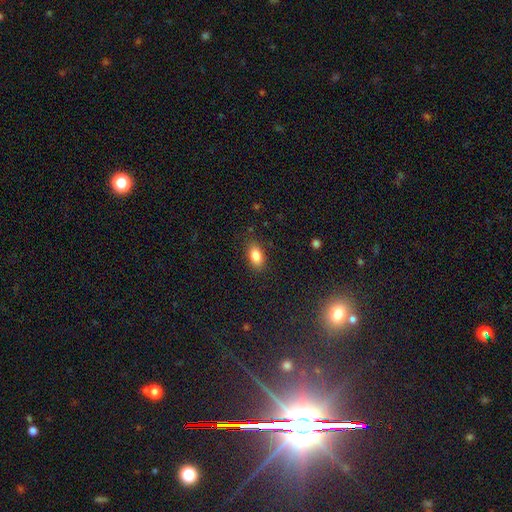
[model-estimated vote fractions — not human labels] Smooth or featured?
  - smooth: 85% *
  - star or artifact: 8%
  - featured or disk: 7%
How rounded?
  - in between: 90% *
  - round: 6%
  - cigar-shaped: 4%
Merging?
  - none: 86% *
  - minor disturbance: 10%
  - major disturbance: 3%
  - merger: 1%